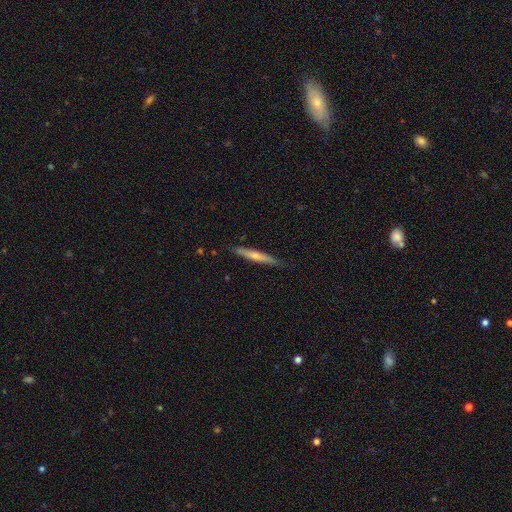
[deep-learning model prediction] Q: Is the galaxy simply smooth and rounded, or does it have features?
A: featured or disk — 50%.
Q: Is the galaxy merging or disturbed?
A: none — 86%.